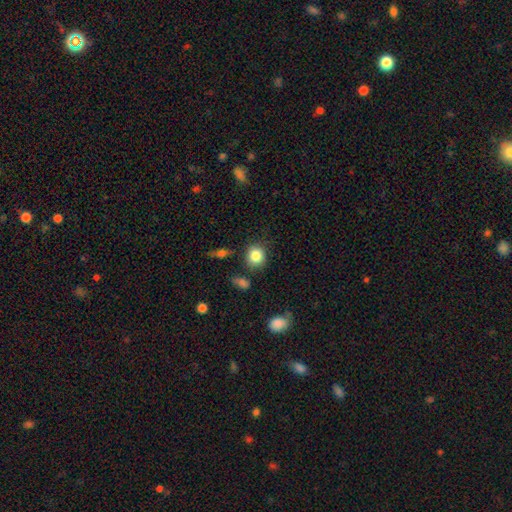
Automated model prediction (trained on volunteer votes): smooth_or_featured: smooth (p=0.84) [alt: star or artifact p=0.09]
how_rounded: round (p=0.79) [alt: in between p=0.19]
merging: none (p=0.79) [alt: minor disturbance p=0.12]